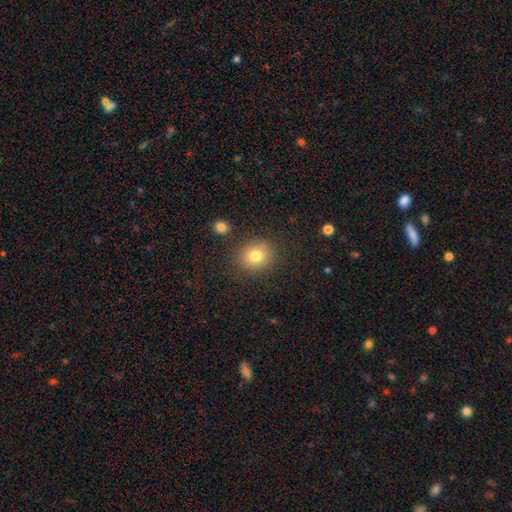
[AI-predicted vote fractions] smooth-or-featured: smooth: 79% | star or artifact: 11% | featured or disk: 10%
  how-rounded: round: 78% | in between: 21% | cigar-shaped: 1%
  merging: none: 84% | minor disturbance: 10% | major disturbance: 4% | merger: 3%